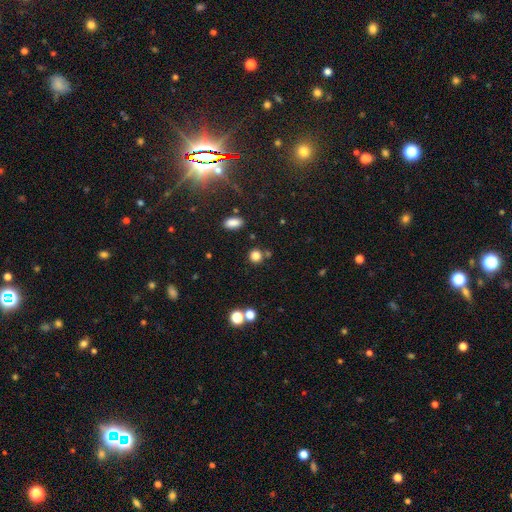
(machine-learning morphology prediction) smooth 81%, star or artifact 14%, featured or disk 5%. Down the decision tree: how rounded — round (88%); merging — none (78%).